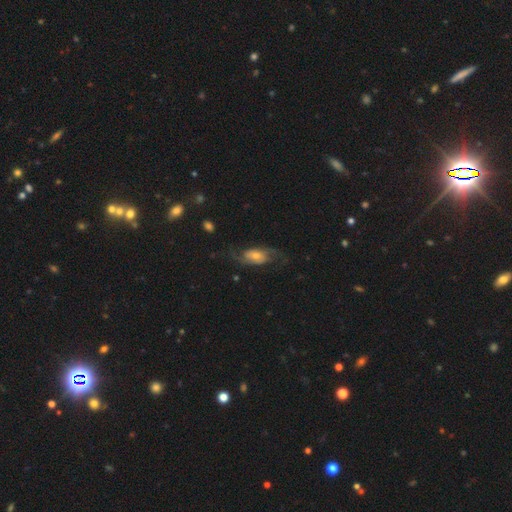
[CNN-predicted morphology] Q: Smooth or featured?
A: featured or disk (68%); runner-up: smooth (25%)
Q: Edge-on disk?
A: no (93%); runner-up: yes (7%)
Q: Bar?
A: no (53%); runner-up: weak (36%)
Q: Spiral arms?
A: yes (89%); runner-up: no (11%)
Q: Spiral winding?
A: loose (51%); runner-up: medium (38%)
Q: Spiral arm count?
A: 2 (86%); runner-up: can't tell (7%)
Q: Bulge size?
A: moderate (43%); runner-up: small (41%)
Q: Merging?
A: none (59%); runner-up: minor disturbance (20%)